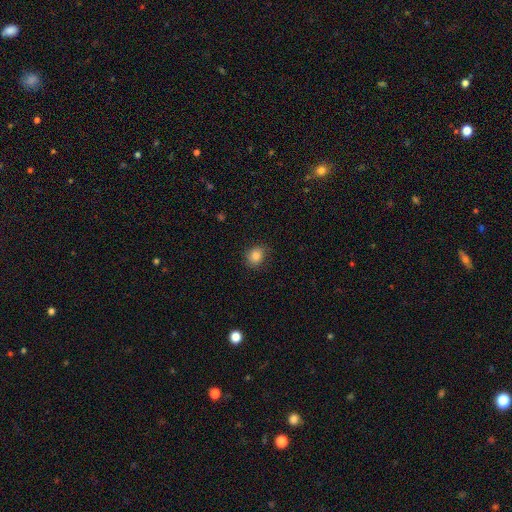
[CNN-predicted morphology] Q: Smooth or featured?
A: smooth (85%); runner-up: star or artifact (10%)
Q: How rounded?
A: round (68%); runner-up: in between (31%)
Q: Merging?
A: none (79%); runner-up: minor disturbance (16%)